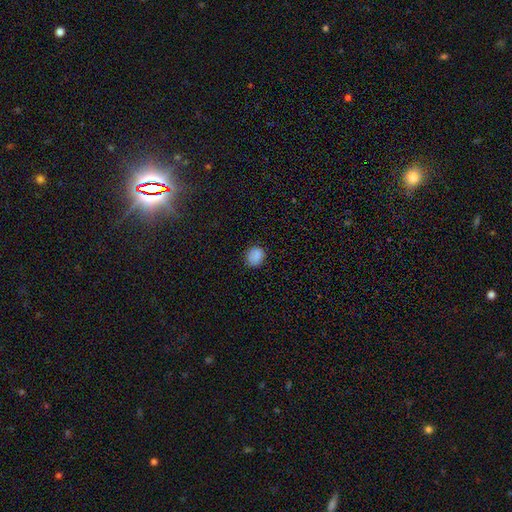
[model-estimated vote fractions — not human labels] A smooth galaxy with no disk features (85%) that is round (73%). Merging: none (83%).